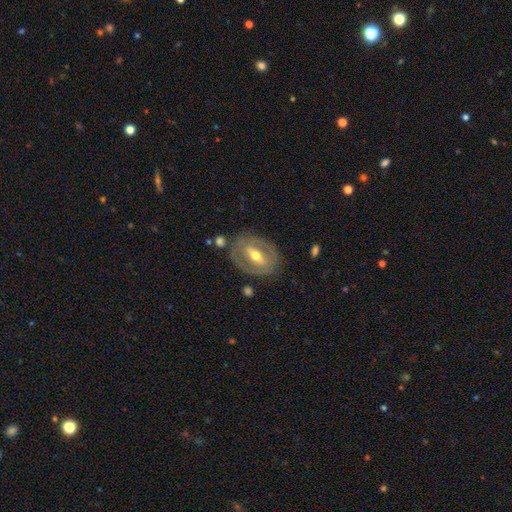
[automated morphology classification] A featured or disk galaxy (67%) with a strong bar (49%), no spiral arms (66%) and a moderate central bulge (71%).

Vote fractions:
- Smooth or featured? featured or disk: 67% / smooth: 27% / star or artifact: 6%
- Edge-on disk? no: 87% / yes: 13%
- Bar? strong: 49% / weak: 33% / no: 19%
- Spiral arms? no: 66% / yes: 34%
- Bulge size? moderate: 71% / small: 23% / large: 5% / dominant: 1% / none: 1%
- Merging? none: 76% / minor disturbance: 15% / major disturbance: 6% / merger: 2%